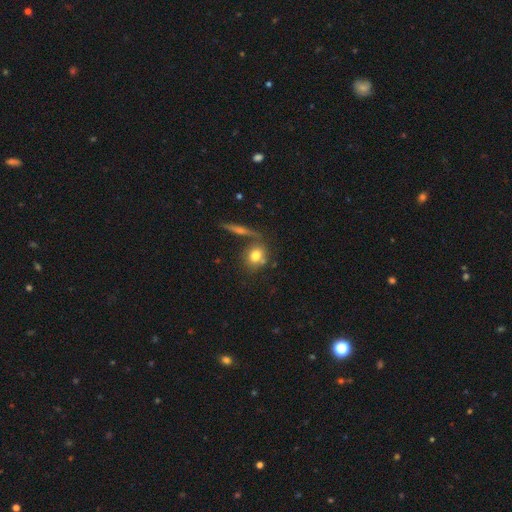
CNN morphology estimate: smooth 74%, featured or disk 16%, star or artifact 10%. Down the decision tree: how rounded — round (66%); merging — none (59%).